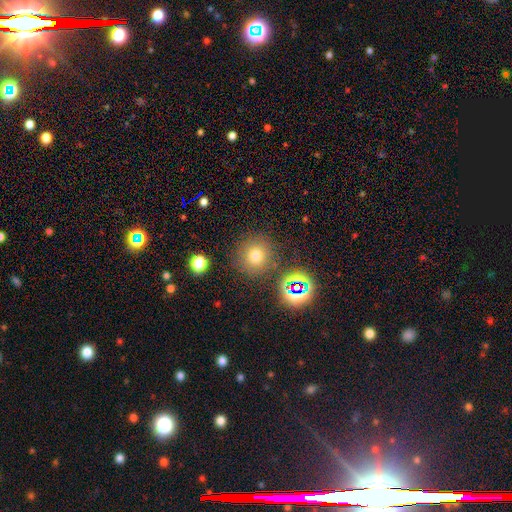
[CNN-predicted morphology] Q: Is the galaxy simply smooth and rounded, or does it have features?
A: smooth — 70%.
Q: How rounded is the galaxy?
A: round — 93%.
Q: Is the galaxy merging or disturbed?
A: none — 83%.